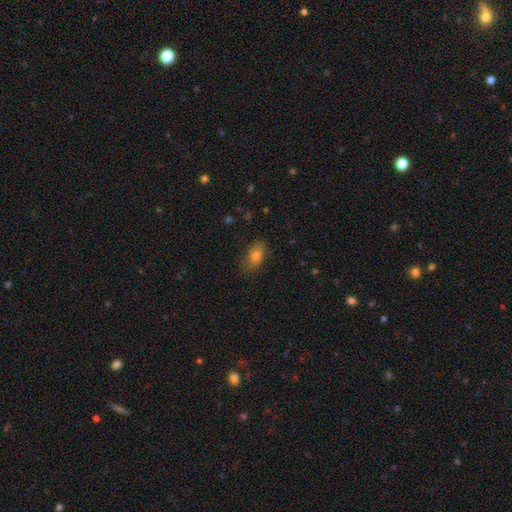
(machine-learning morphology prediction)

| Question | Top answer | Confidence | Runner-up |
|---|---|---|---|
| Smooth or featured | smooth | 77% | featured or disk (12%) |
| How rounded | in between | 86% | round (10%) |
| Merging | none | 80% | minor disturbance (15%) |